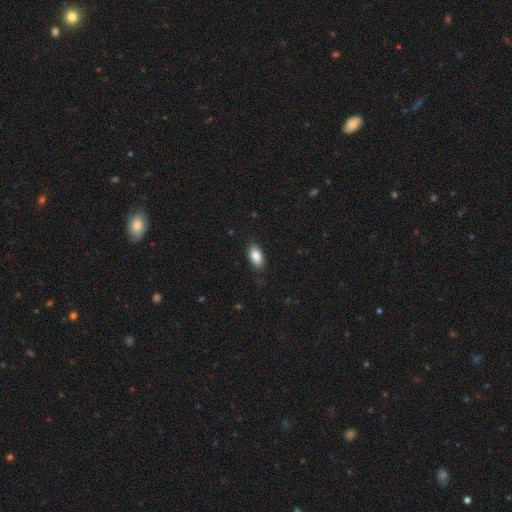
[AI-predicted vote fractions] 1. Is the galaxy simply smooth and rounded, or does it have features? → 85% smooth, 8% featured or disk, 7% star or artifact.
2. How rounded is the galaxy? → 91% in between, 5% cigar-shaped, 4% round.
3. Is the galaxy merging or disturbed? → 85% none, 12% minor disturbance, 2% major disturbance, 1% merger.